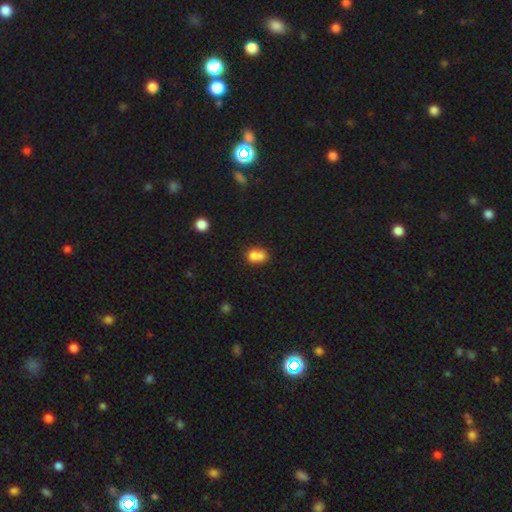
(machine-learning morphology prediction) Overall: smooth (72%). How rounded: round (55%; in between 44%). Merging: merger (60%; none 27%).